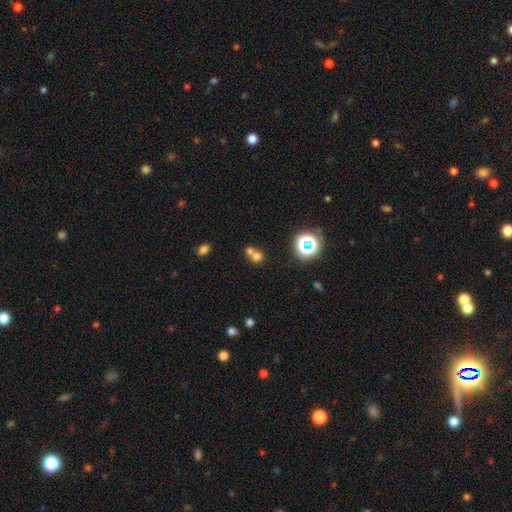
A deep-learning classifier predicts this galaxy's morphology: Smooth or featured?
  - smooth: 64% *
  - star or artifact: 23%
  - featured or disk: 13%
How rounded?
  - round: 79% *
  - in between: 20%
  - cigar-shaped: 1%
Merging?
  - merger: 54% *
  - none: 38%
  - minor disturbance: 5%
  - major disturbance: 3%